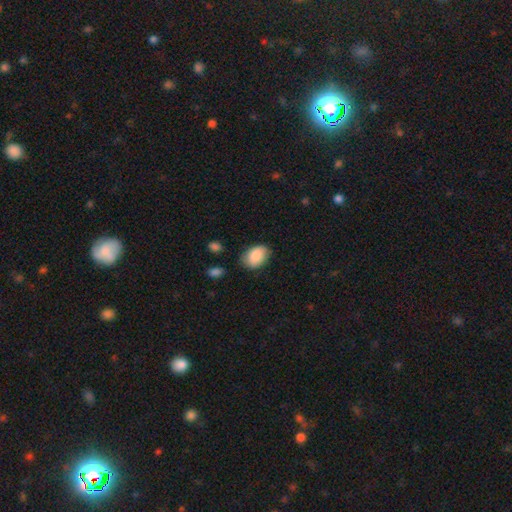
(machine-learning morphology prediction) A smooth galaxy with no disk features (87%) that is in between round and cigar-shaped (82%). Merging: none (74%).